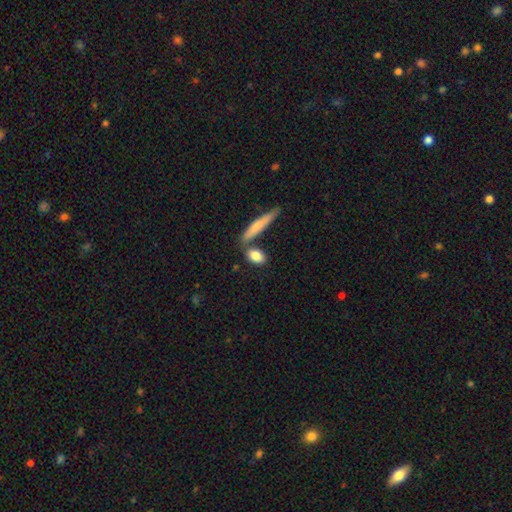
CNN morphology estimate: The model was most divided on "merging": none: 63%, merger: 19%, minor disturbance: 13%, major disturbance: 4%. More confident: smooth or featured — smooth (82%); how rounded — in between (70%).